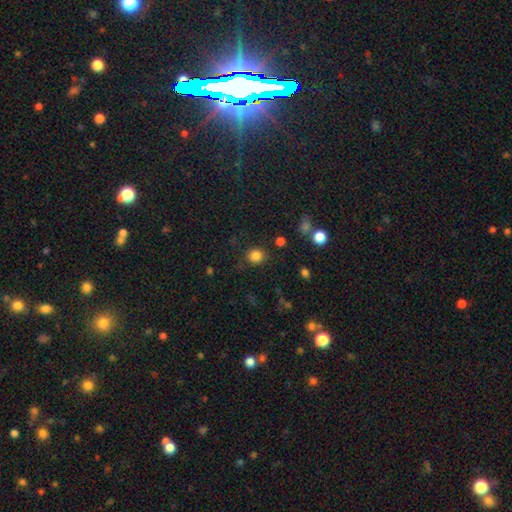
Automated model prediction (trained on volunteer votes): Overall: smooth (83%). How rounded: round (87%). Merging: none (84%).